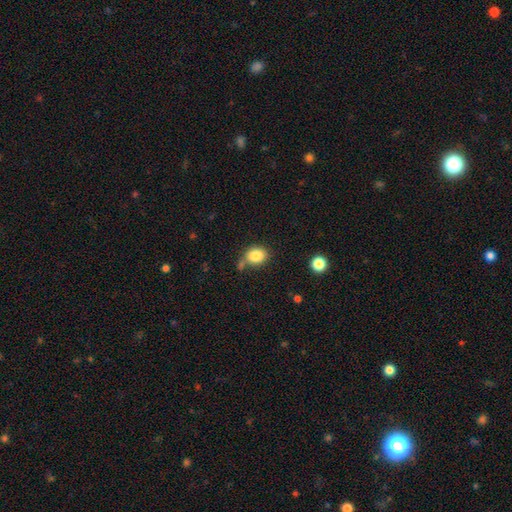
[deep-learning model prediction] A smooth galaxy with no disk features (84%) that is round (52%).

Vote fractions:
- Smooth or featured? smooth: 84% / star or artifact: 9% / featured or disk: 6%
- How rounded? round: 52% / in between: 47% / cigar-shaped: 1%
- Merging? none: 62% / minor disturbance: 18% / merger: 14% / major disturbance: 6%